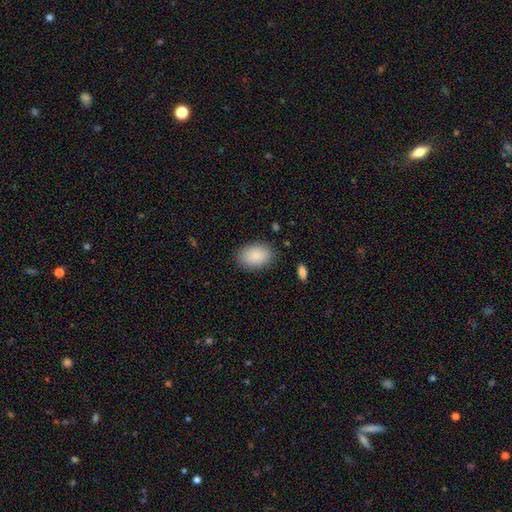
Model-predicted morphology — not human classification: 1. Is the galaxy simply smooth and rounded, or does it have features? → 88% smooth, 7% star or artifact, 6% featured or disk.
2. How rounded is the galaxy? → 90% in between, 9% round, 1% cigar-shaped.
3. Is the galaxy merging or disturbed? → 85% none, 11% minor disturbance, 3% major disturbance, 1% merger.